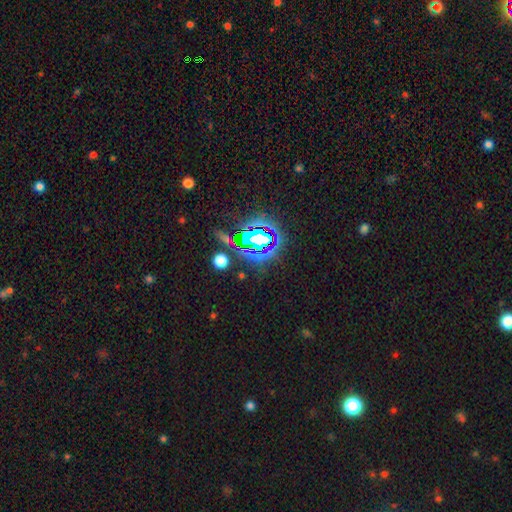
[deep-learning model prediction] The model was most divided on "smooth or featured": star or artifact: 79%, smooth: 13%, featured or disk: 8%.